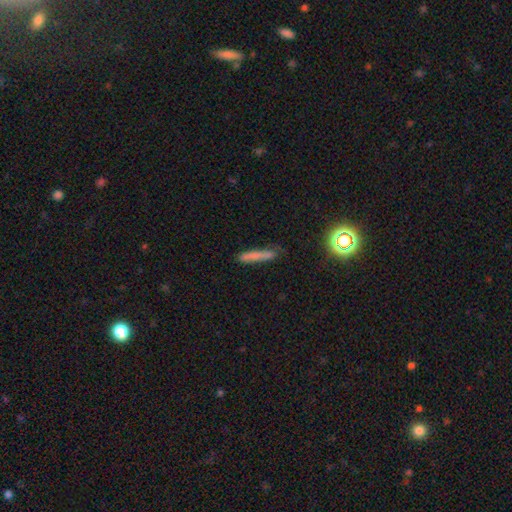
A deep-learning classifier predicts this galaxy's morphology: A smooth galaxy with no disk features (72%) that is cigar-shaped (92%).

Vote fractions:
- Smooth or featured? smooth: 72% / featured or disk: 16% / star or artifact: 12%
- How rounded? cigar-shaped: 92% / in between: 5% / round: 2%
- Merging? none: 75% / minor disturbance: 18% / major disturbance: 4% / merger: 3%